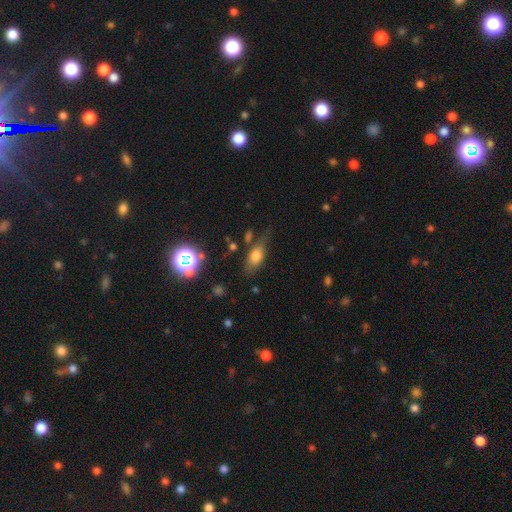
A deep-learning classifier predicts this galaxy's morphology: Smooth or featured? Predicted: smooth (p=0.67). How rounded? Predicted: in between (p=0.80). Merging? Predicted: none (p=0.56).